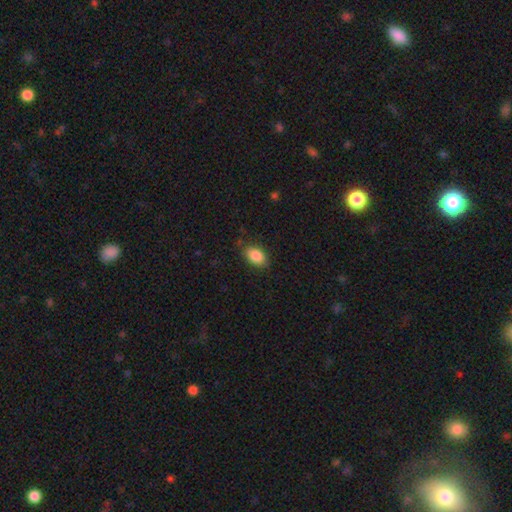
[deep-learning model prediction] Morphology: type=smooth (87%); roundness=in between (90%); merging=none (81%).